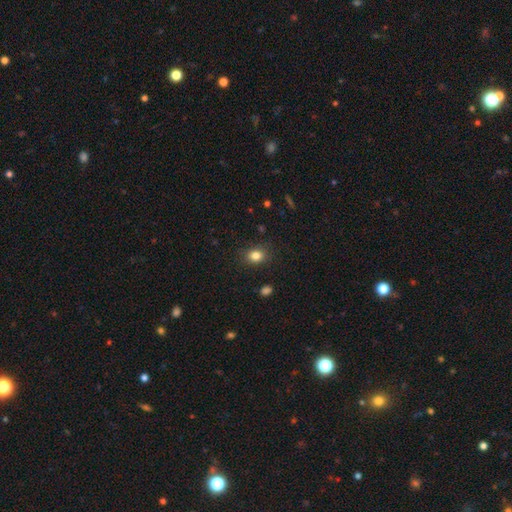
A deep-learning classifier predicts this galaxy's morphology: Smooth or featured? smooth (83%)
How rounded? in between (52%)
Merging? none (85%)